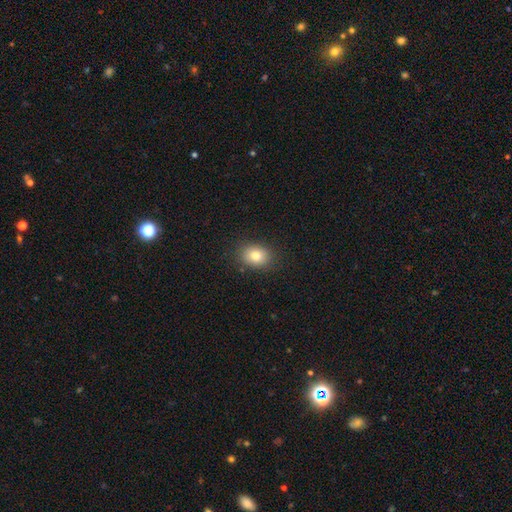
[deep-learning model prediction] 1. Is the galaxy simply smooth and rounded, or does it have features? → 81% smooth, 10% star or artifact, 9% featured or disk.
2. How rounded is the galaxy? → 60% in between, 39% round, 1% cigar-shaped.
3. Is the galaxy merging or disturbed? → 86% none, 10% minor disturbance, 3% major disturbance, 1% merger.